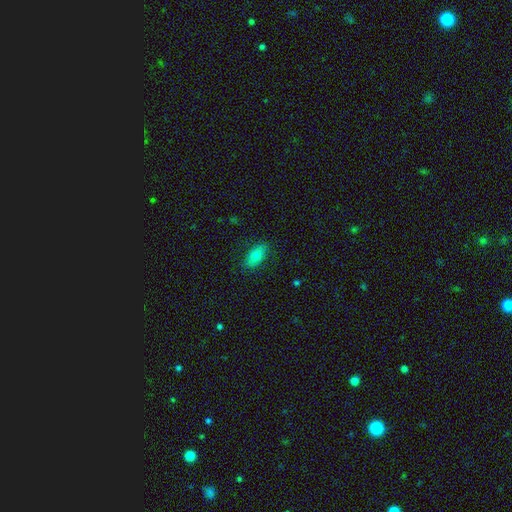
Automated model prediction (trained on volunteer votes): Smooth or featured? Predicted: smooth (p=0.77). How rounded? Predicted: in between (p=0.88). Merging? Predicted: none (p=0.86).